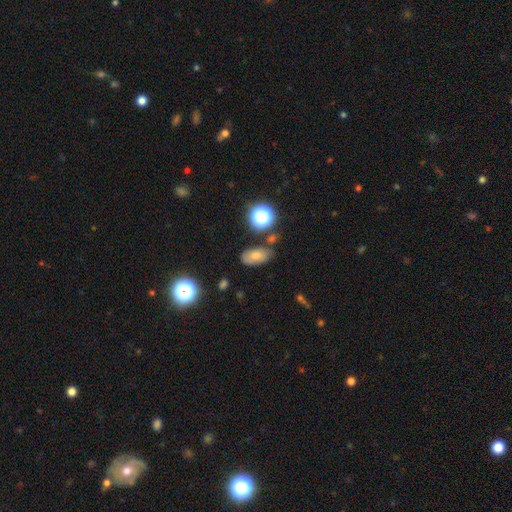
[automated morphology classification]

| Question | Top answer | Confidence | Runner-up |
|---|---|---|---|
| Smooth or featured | smooth | 56% | star or artifact (24%) |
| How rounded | in between | 82% | round (14%) |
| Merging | none | 79% | minor disturbance (13%) |